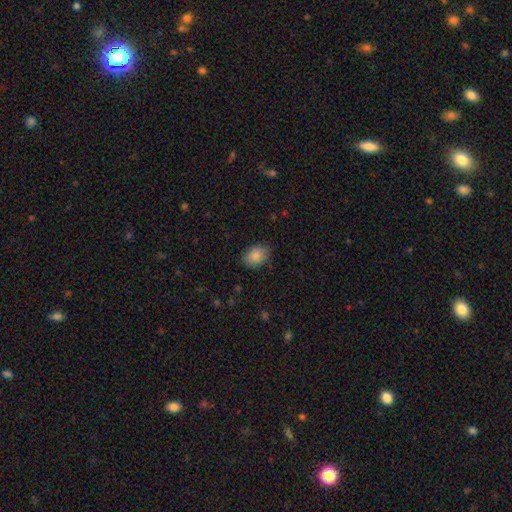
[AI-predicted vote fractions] The model was most divided on "how rounded": in between: 76%, round: 22%, cigar-shaped: 1%. More confident: smooth or featured — smooth (87%); merging — none (82%).